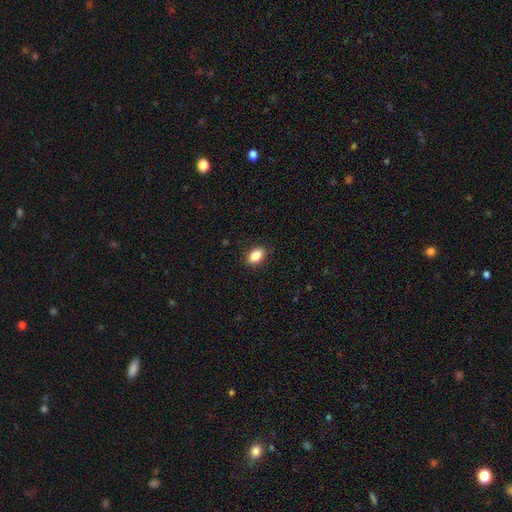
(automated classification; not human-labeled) A smooth galaxy with no disk features (87%) that is in between round and cigar-shaped (87%).

Vote fractions:
- Smooth or featured? smooth: 87% / star or artifact: 8% / featured or disk: 5%
- How rounded? in between: 87% / round: 11% / cigar-shaped: 2%
- Merging? none: 89% / minor disturbance: 8% / major disturbance: 2% / merger: 1%